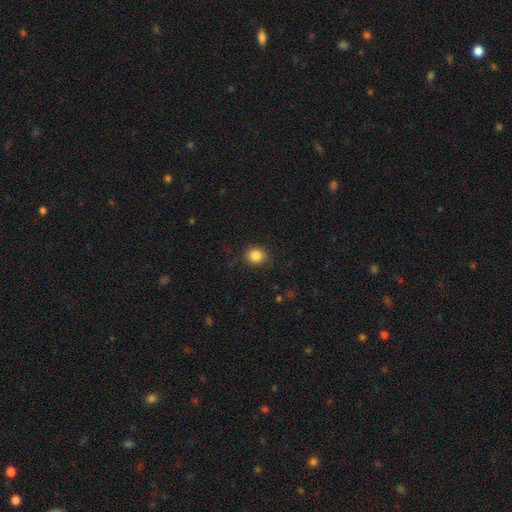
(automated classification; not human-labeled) Smooth or featured? smooth (84%)
How rounded? round (77%)
Merging? none (84%)